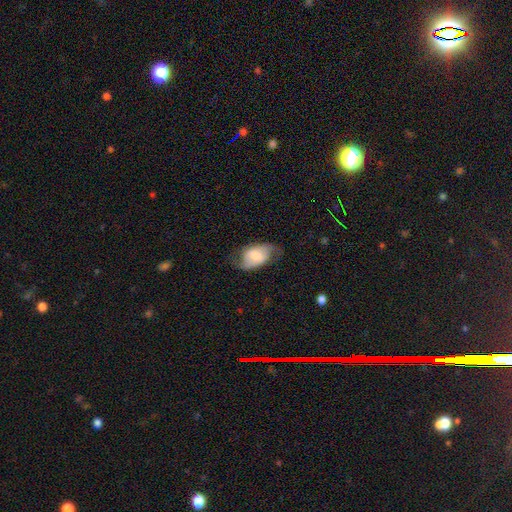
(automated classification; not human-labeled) smooth_or_featured: featured or disk (p=0.48) [alt: smooth p=0.45]
merging: none (p=0.58) [alt: minor disturbance p=0.26]